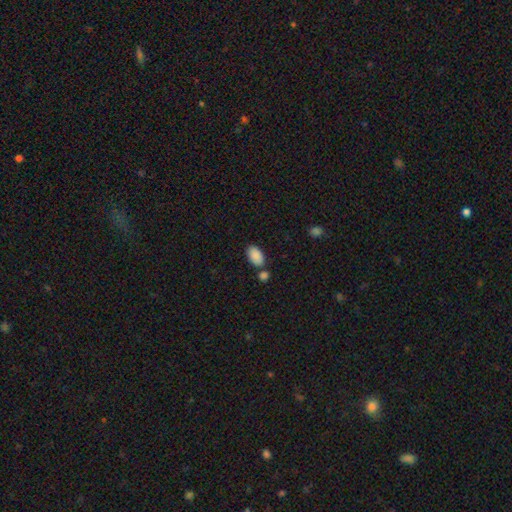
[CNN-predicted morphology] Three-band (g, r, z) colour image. It shows a smooth galaxy with no disk features (89%) that is in between round and cigar-shaped (94%). Merging: none (70%).